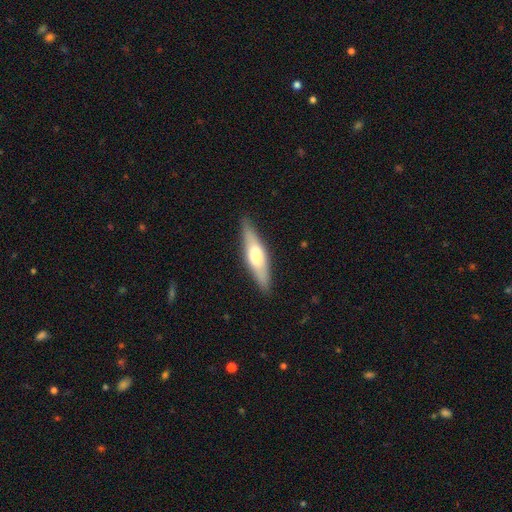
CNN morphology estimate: The model was most divided on "smooth or featured": smooth: 49%, featured or disk: 45%, star or artifact: 6%. More confident: merging — none (86%).